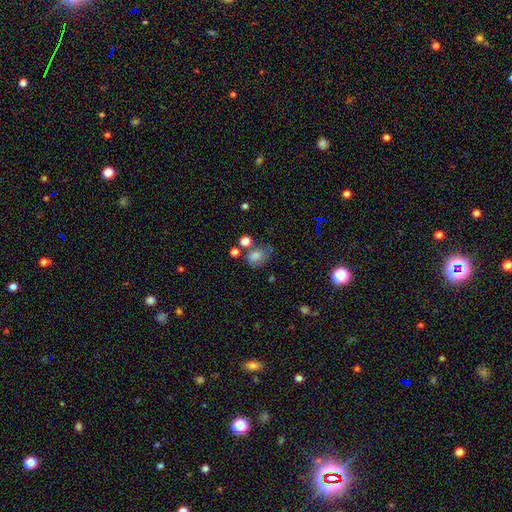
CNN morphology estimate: The model was most divided on "merging": none: 42%, minor disturbance: 27%, major disturbance: 17%, merger: 15%. More confident: smooth or featured — smooth (76%); how rounded — in between (62%).